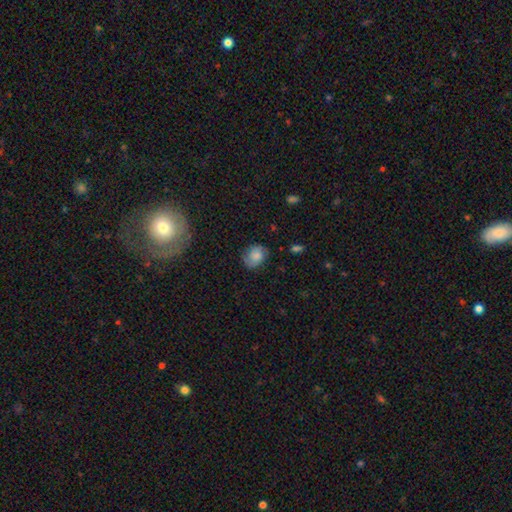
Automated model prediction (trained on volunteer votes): Smooth or featured? Predicted: smooth (p=0.57). How rounded? Predicted: in between (p=0.52). Merging? Predicted: none (p=0.73).